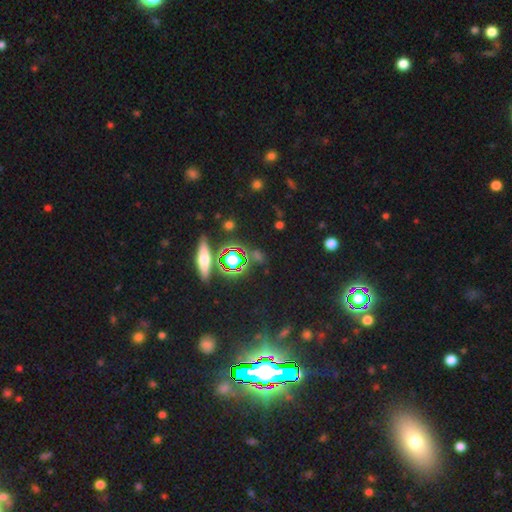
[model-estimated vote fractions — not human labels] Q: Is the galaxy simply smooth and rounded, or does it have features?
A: star or artifact — 65%.